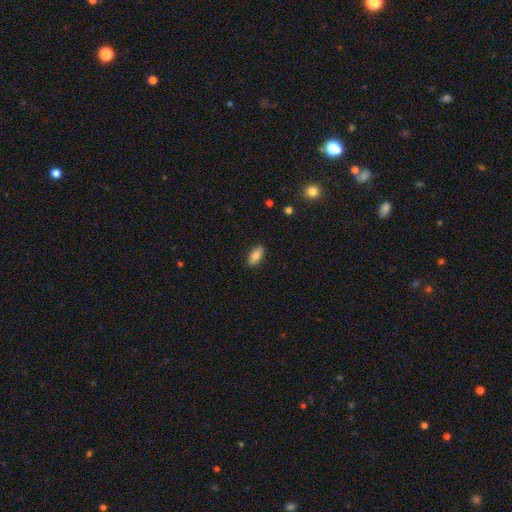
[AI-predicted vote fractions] Morphology: type=smooth (80%); roundness=in between (90%); merging=none (88%).